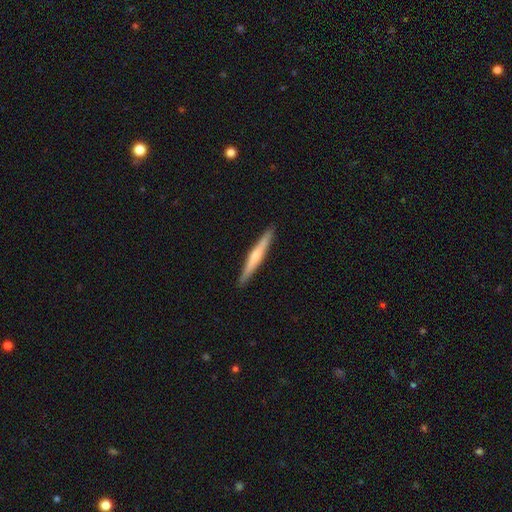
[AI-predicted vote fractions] Smooth or featured? featured or disk (53%)
Edge-on disk? yes (97%)
Edge-on bulge? rounded (57%)
Merging? none (92%)